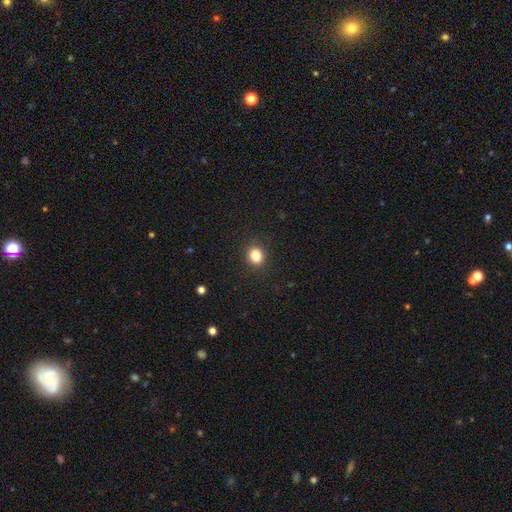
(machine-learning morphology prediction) The model was most divided on "how rounded": round: 73%, in between: 26%, cigar-shaped: 1%. More confident: merging — none (89%); smooth or featured — smooth (84%).